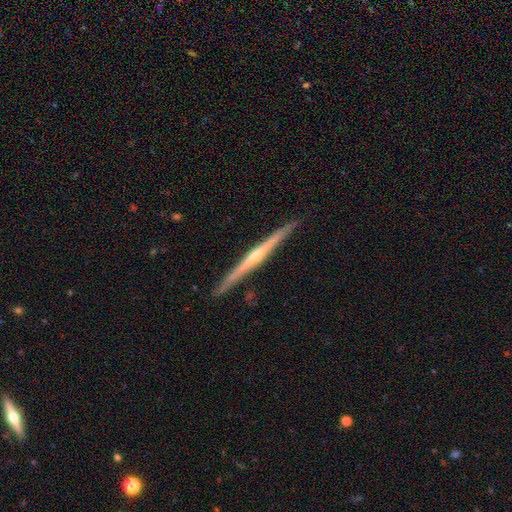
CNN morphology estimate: Overall: featured or disk (79%). Edge-on disk: yes (98%). Edge-on bulge: rounded (68%). Merging: none (91%).